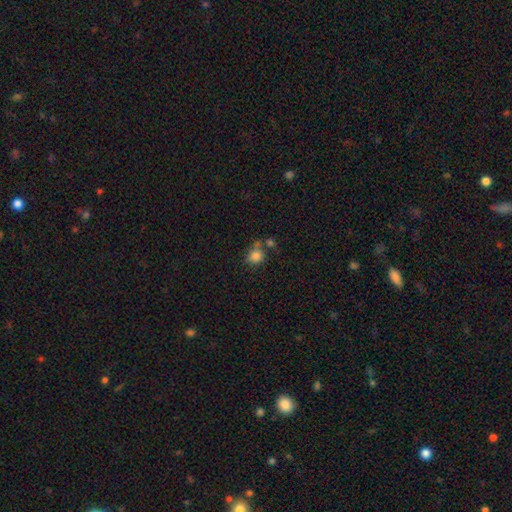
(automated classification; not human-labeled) smooth_or_featured: smooth (p=0.83) [alt: star or artifact p=0.11]
how_rounded: round (p=0.71) [alt: in between p=0.28]
merging: none (p=0.53) [alt: merger p=0.23]